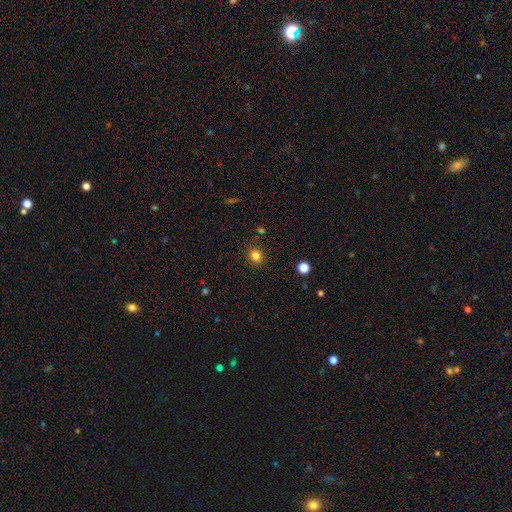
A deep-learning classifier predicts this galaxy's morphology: A smooth galaxy with no disk features (82%) that is round (68%).

Vote fractions:
- Smooth or featured? smooth: 82% / star or artifact: 13% / featured or disk: 5%
- How rounded? round: 68% / in between: 31% / cigar-shaped: 1%
- Merging? none: 86% / minor disturbance: 9% / major disturbance: 3% / merger: 2%